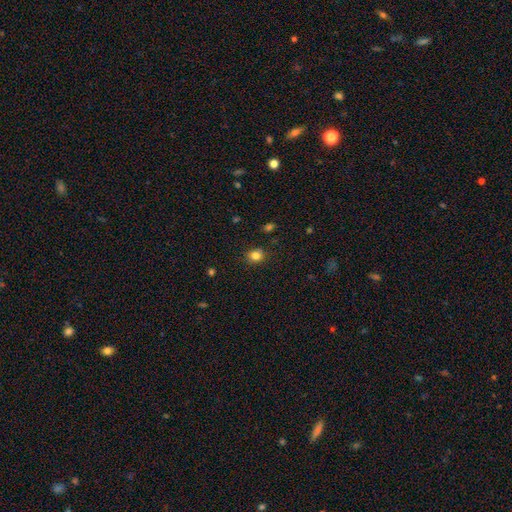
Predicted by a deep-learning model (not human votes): A smooth galaxy with no disk features (82%) that is round (70%).

Vote fractions:
- Smooth or featured? smooth: 82% / star or artifact: 12% / featured or disk: 6%
- How rounded? round: 70% / in between: 29% / cigar-shaped: 1%
- Merging? none: 85% / minor disturbance: 11% / major disturbance: 3% / merger: 1%